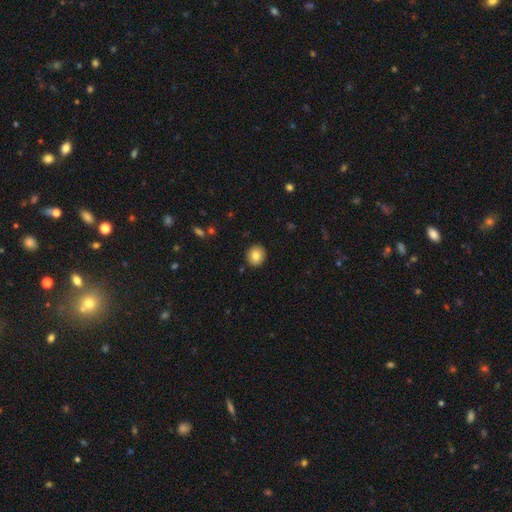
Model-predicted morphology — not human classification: A smooth galaxy with no disk features (83%) that is round (85%).

Vote fractions:
- Smooth or featured? smooth: 83% / featured or disk: 9% / star or artifact: 9%
- How rounded? round: 85% / in between: 14% / cigar-shaped: 1%
- Merging? none: 91% / minor disturbance: 7% / major disturbance: 2% / merger: 1%